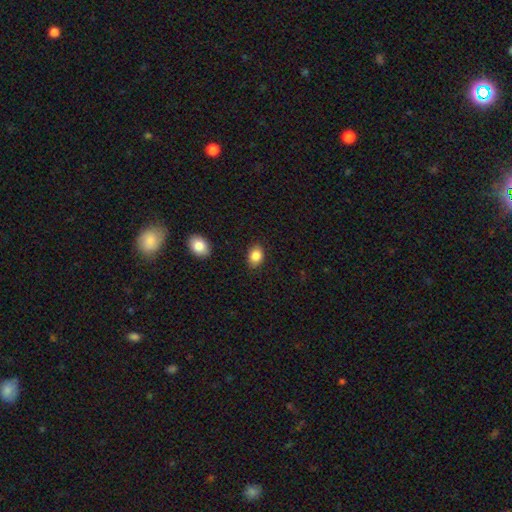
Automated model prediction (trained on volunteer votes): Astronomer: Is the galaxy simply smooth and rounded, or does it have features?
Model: smooth — 86%.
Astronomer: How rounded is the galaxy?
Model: in between — 74%.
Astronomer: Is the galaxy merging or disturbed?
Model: none — 86%.